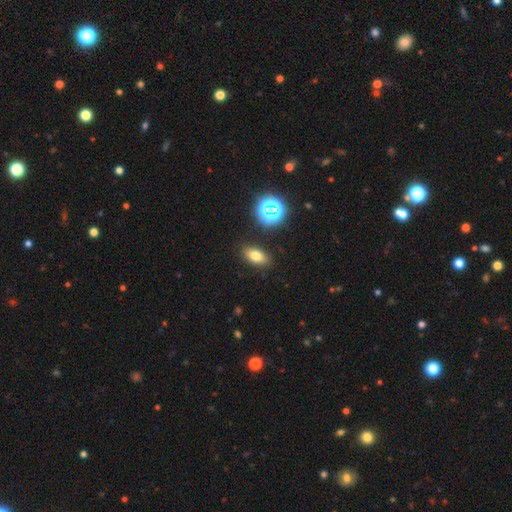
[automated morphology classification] Smooth or featured: smooth — 72% (star or artifact — 17%)
How rounded: in between — 83% (round — 10%)
Merging: none — 87% (minor disturbance — 8%)